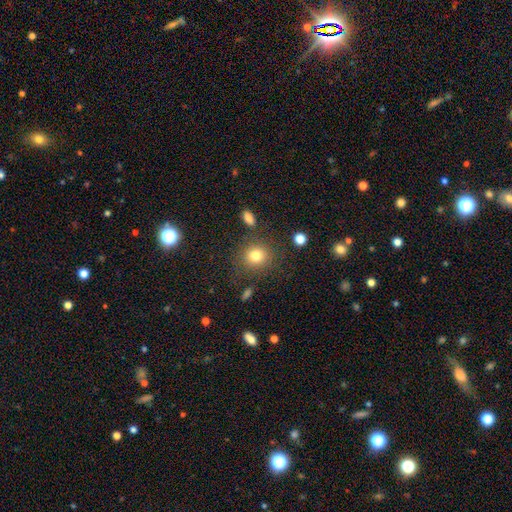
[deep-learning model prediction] Smooth or featured? smooth (79%)
How rounded? round (82%)
Merging? none (81%)